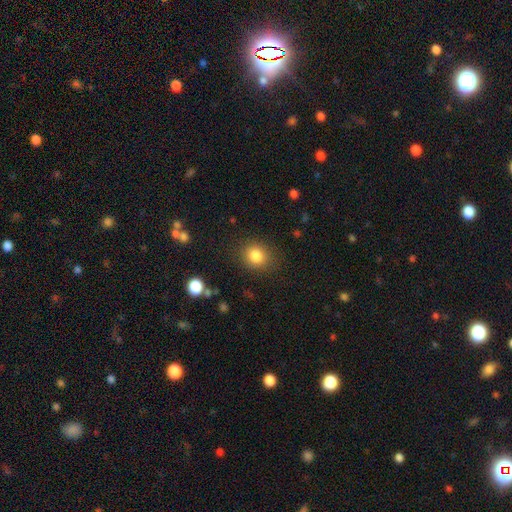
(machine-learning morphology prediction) A smooth galaxy with no disk features (83%) that is round (73%). Merging: none (85%).